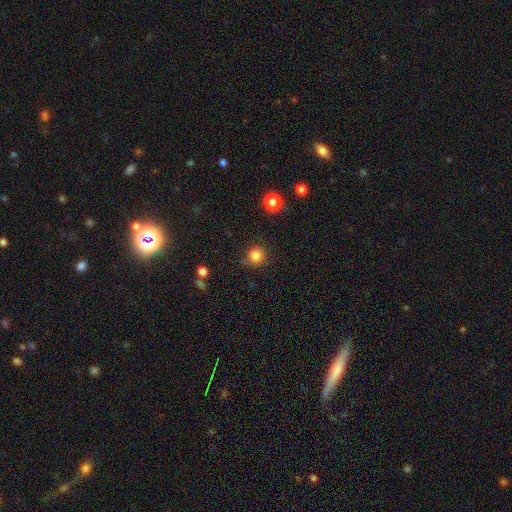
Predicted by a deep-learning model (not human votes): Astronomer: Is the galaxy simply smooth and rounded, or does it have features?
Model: smooth — 84%.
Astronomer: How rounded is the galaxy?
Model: round — 92%.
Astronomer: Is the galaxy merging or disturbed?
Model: none — 80%.